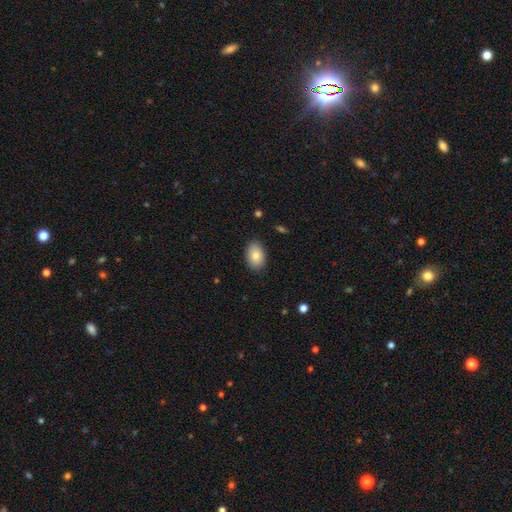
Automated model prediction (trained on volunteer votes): Smooth or featured? smooth (82%)
How rounded? in between (87%)
Merging? none (87%)